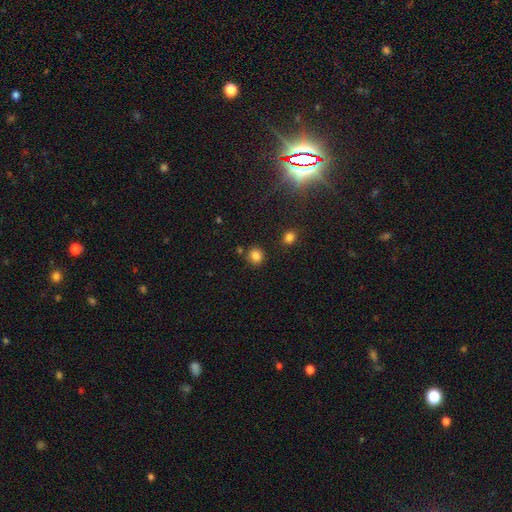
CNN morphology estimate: Smooth or featured?
  - smooth: 83% *
  - star or artifact: 12%
  - featured or disk: 5%
How rounded?
  - round: 81% *
  - in between: 18%
  - cigar-shaped: 1%
Merging?
  - none: 81% *
  - minor disturbance: 9%
  - merger: 7%
  - major disturbance: 3%